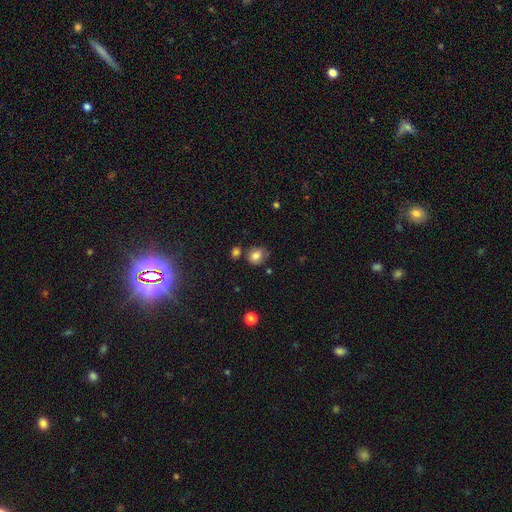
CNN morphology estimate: This appears to be a smooth galaxy with no disk features (80%) that is round (67%). Merging: none (63%).